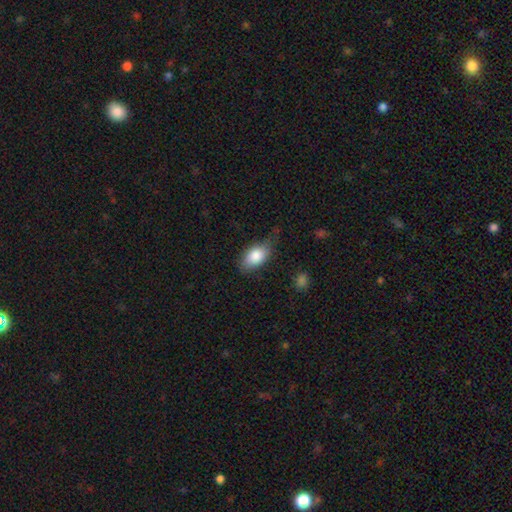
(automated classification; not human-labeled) Smooth or featured? Predicted: smooth (p=0.83). How rounded? Predicted: in between (p=0.90). Merging? Predicted: none (p=0.59).